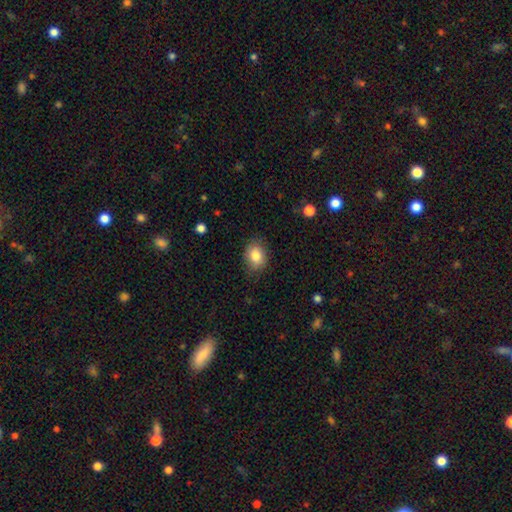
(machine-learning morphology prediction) The model was most divided on "how rounded": in between: 63%, round: 36%, cigar-shaped: 1%. More confident: smooth or featured — smooth (83%); merging — none (82%).